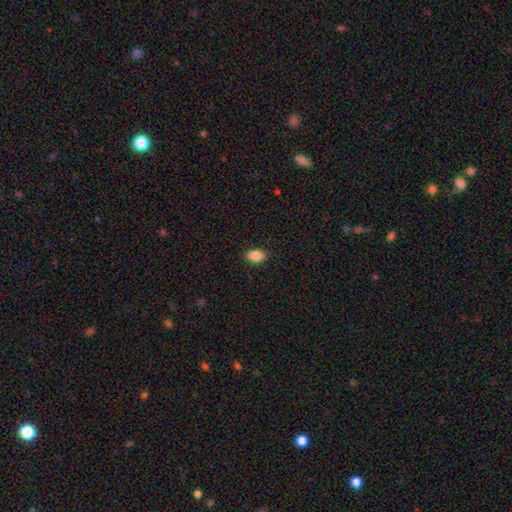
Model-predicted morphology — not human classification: Smooth or featured? Predicted: smooth (p=0.88). How rounded? Predicted: in between (p=0.85). Merging? Predicted: none (p=0.87).